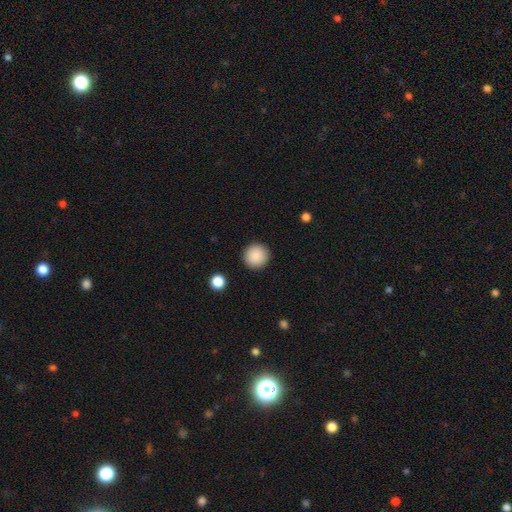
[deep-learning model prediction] A smooth galaxy with no disk features (88%) that is round (95%). Merging: none (93%).